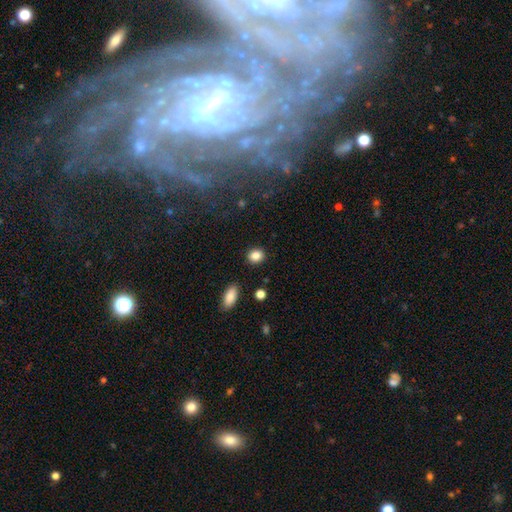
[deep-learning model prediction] This is clearly a smooth galaxy (86%). How rounded: likely round (69%). Merging: clearly none (89%).